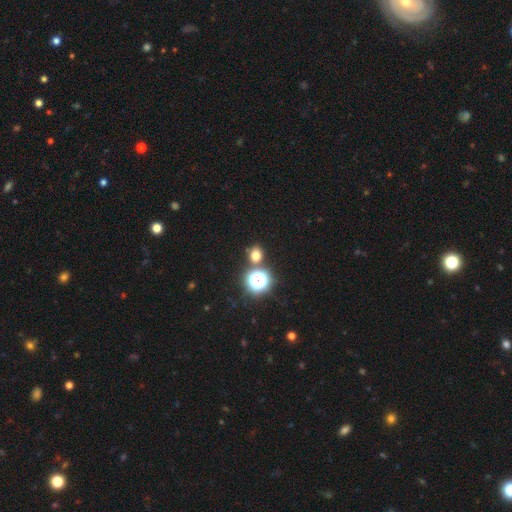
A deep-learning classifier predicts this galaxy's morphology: The model was most divided on "how rounded": round: 69%, in between: 30%, cigar-shaped: 1%. More confident: merging — none (77%); smooth or featured — smooth (67%).